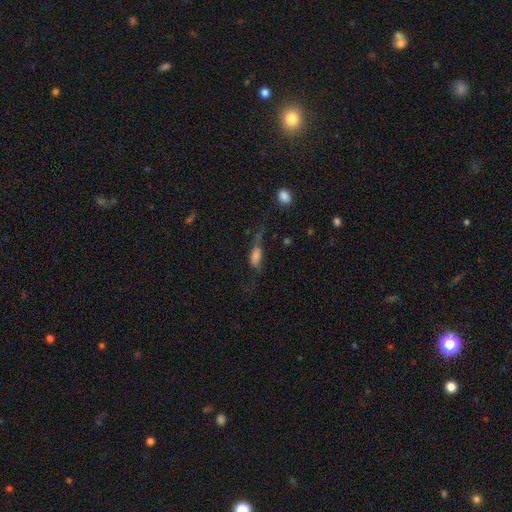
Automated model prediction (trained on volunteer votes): smooth 55%, featured or disk 31%, star or artifact 13%. Down the decision tree: how rounded — in between (60%); merging — major disturbance (40%).